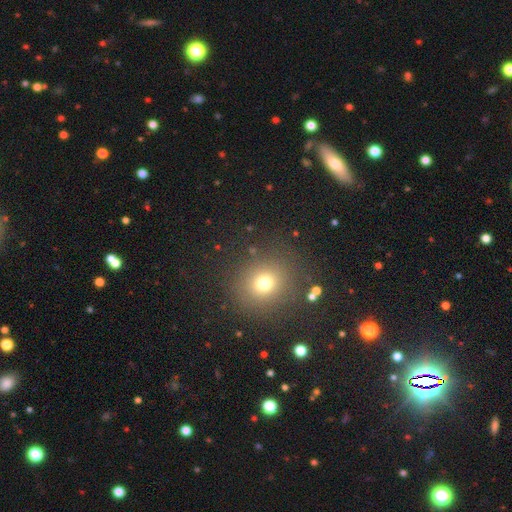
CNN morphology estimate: Smooth or featured? Predicted: smooth (p=0.52). How rounded? Predicted: round (p=0.88). Merging? Predicted: none (p=0.89).